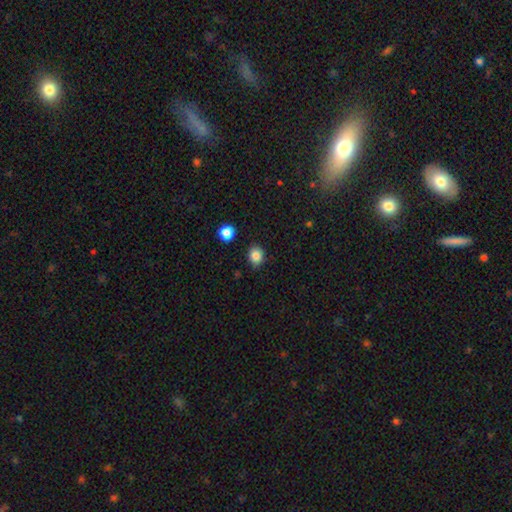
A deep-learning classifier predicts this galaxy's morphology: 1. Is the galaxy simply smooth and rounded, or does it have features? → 86% smooth, 10% star or artifact, 4% featured or disk.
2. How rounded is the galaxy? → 63% round, 37% in between, 1% cigar-shaped.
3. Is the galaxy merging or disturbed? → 84% none, 11% minor disturbance, 2% major disturbance, 2% merger.